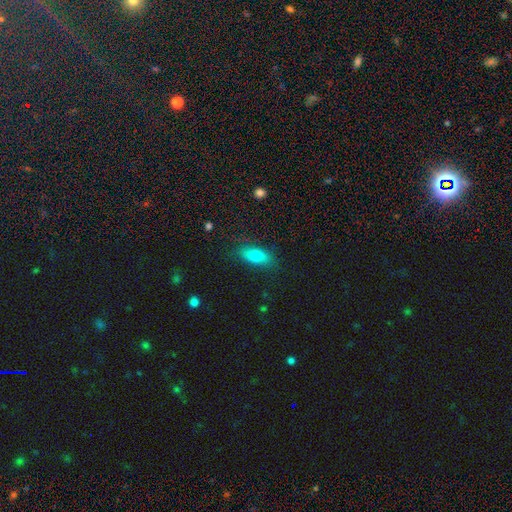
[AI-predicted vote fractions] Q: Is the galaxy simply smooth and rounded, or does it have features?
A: smooth — 75%.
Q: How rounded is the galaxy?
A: in between — 76%.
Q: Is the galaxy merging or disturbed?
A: none — 81%.